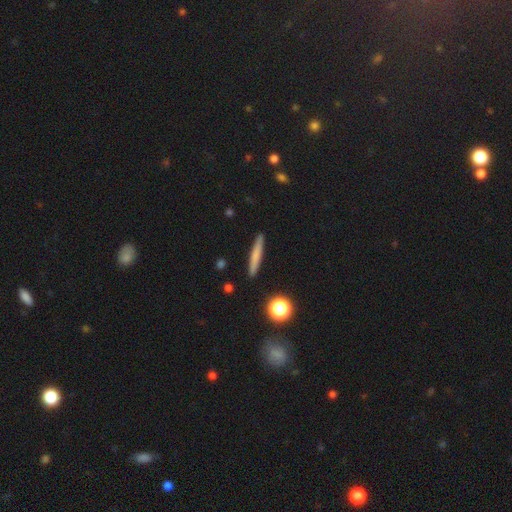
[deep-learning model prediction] smooth-or-featured: smooth: 65% | featured or disk: 27% | star or artifact: 8%
  how-rounded: cigar-shaped: 94% | in between: 4% | round: 2%
  merging: none: 91% | minor disturbance: 6% | major disturbance: 1% | merger: 1%